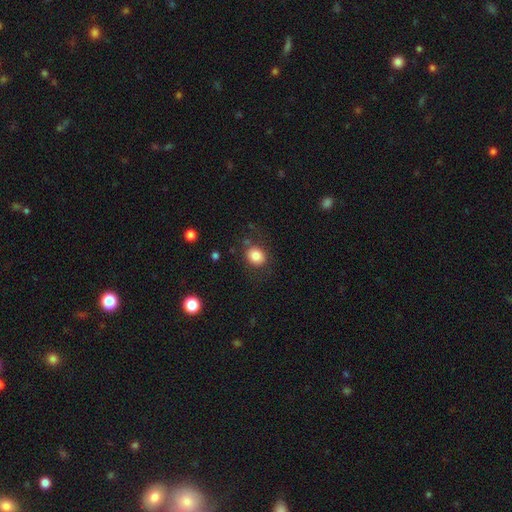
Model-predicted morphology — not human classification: This appears to be a smooth galaxy with no disk features (84%) that is round (64%). Merging: none (77%).